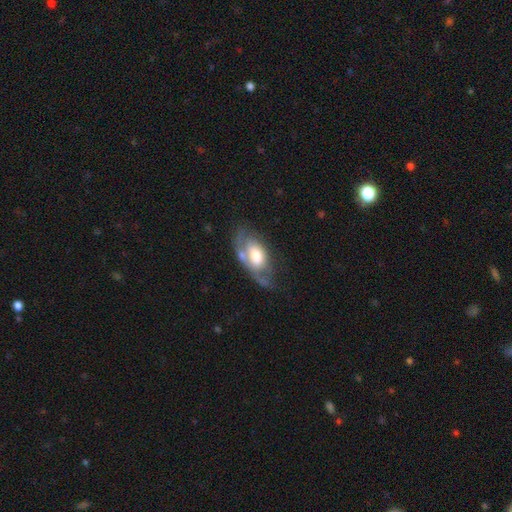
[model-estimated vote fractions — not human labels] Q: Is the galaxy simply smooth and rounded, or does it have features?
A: featured or disk — 55%.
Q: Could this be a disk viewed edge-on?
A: no — 89%.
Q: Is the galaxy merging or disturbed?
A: none — 38%.